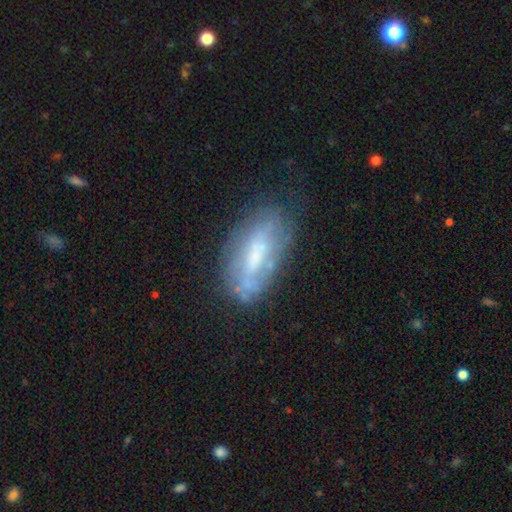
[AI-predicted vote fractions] Morphology: type=featured or disk (54%); edge-on=no (86%); merging=none (60%).